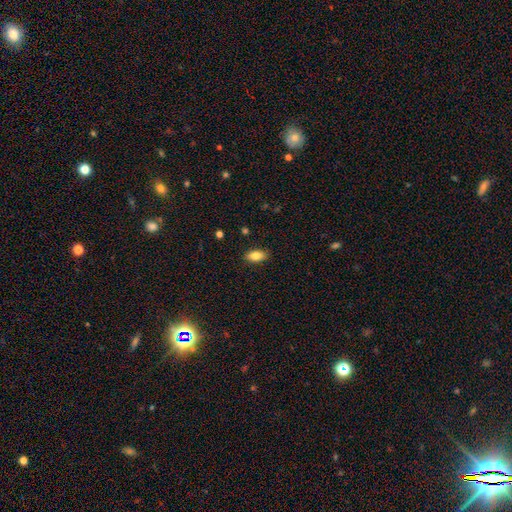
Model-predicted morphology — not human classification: type=smooth (84%); roundness=in between (89%); merging=none (88%).